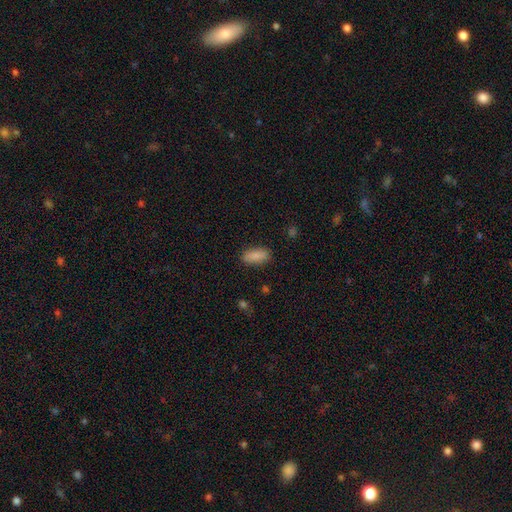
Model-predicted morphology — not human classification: Smooth or featured: smooth — 87% (star or artifact — 7%)
How rounded: in between — 83% (cigar-shaped — 14%)
Merging: none — 87% (minor disturbance — 10%)